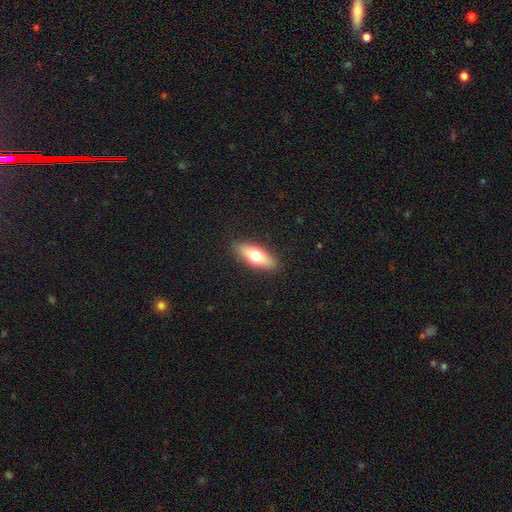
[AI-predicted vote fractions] Smooth or featured? smooth (63%)
How rounded? in between (65%)
Merging? none (88%)